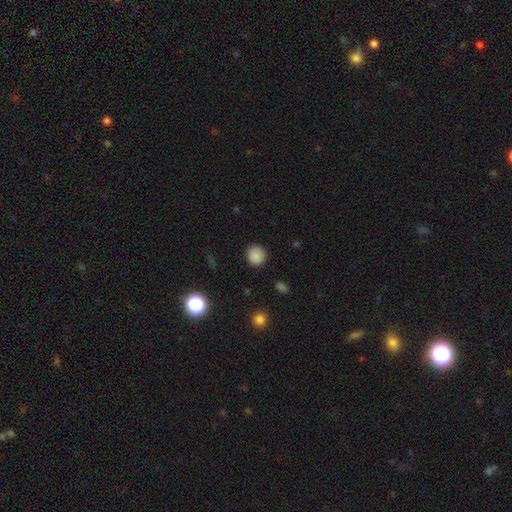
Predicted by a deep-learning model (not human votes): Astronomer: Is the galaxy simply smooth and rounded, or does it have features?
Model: smooth — 85%.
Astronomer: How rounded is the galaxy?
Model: round — 91%.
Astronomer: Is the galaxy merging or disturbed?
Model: none — 88%.